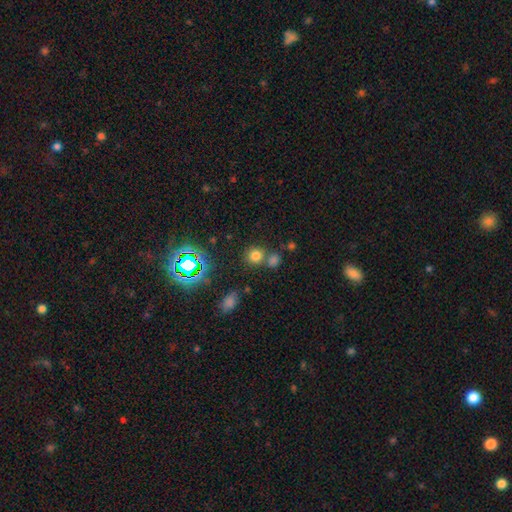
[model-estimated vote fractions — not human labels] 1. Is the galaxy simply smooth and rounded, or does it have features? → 71% smooth, 23% star or artifact, 7% featured or disk.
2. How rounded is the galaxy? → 85% round, 14% in between, 1% cigar-shaped.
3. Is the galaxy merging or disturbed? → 65% none, 23% merger, 9% minor disturbance, 4% major disturbance.